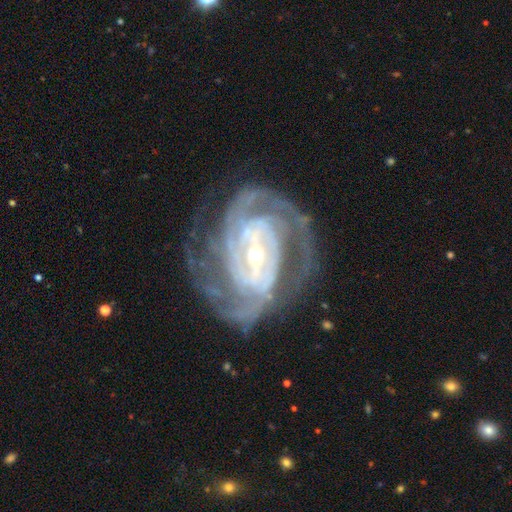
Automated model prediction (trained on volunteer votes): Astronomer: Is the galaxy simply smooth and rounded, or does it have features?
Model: featured or disk — 92%.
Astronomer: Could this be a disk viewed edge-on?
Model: no — 97%.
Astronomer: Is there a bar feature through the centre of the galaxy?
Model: strong — 48% (runner-up: weak, 36%).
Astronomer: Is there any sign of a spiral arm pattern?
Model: yes — 98%.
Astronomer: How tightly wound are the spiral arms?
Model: tight — 63%.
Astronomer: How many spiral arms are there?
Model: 3 — 25% (runner-up: 2, 24%).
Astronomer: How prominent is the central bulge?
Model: small — 61%.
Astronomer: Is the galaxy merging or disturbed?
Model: none — 69%.